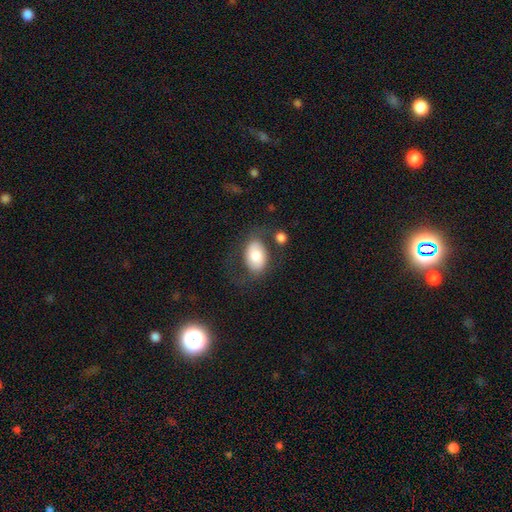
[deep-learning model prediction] The model was most divided on "merging": none: 60%, minor disturbance: 19%, major disturbance: 14%, merger: 8%. More confident: how rounded — in between (86%); smooth or featured — smooth (70%).